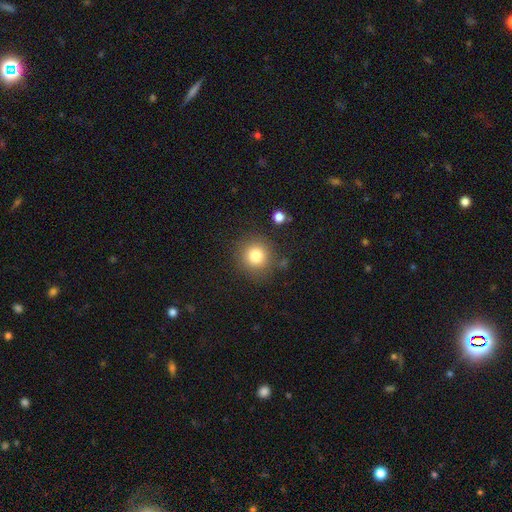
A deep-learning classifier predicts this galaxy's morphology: This is likely a smooth galaxy (80%). How rounded: clearly round (92%). Merging: clearly none (84%).